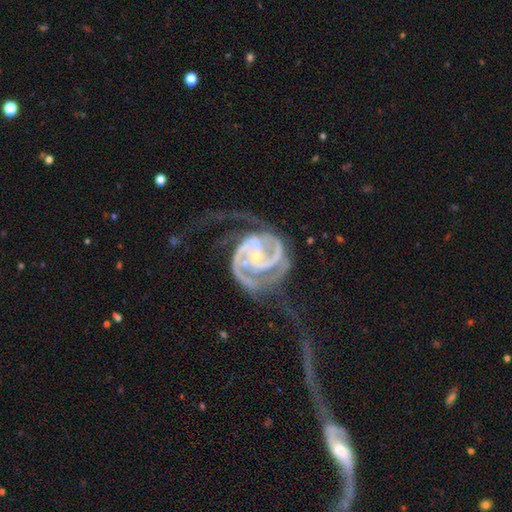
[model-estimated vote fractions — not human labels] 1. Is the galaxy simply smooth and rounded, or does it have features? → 94% featured or disk, 4% star or artifact, 3% smooth.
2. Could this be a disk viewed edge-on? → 98% no, 2% yes.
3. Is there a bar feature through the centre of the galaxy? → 49% no, 29% weak, 21% strong.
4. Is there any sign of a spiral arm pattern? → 98% yes, 2% no.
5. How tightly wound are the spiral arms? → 46% medium, 44% tight, 10% loose.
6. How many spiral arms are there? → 70% 2, 14% 3, 5% can't tell, 4% 4, 4% 1, 3% more than 4.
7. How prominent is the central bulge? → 79% small, 18% moderate, 2% none, 1% large, 1% dominant.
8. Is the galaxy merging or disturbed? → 40% none, 38% major disturbance, 19% minor disturbance, 4% merger.